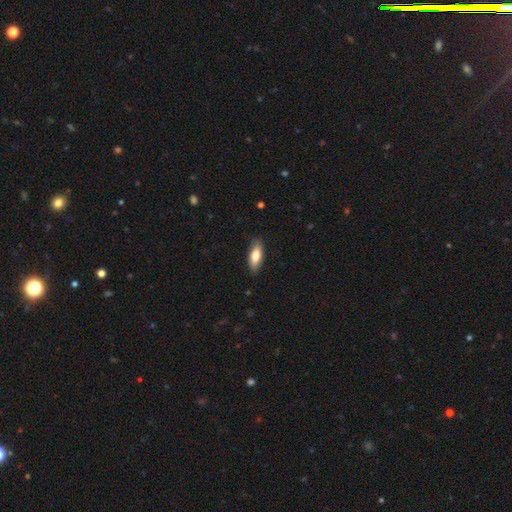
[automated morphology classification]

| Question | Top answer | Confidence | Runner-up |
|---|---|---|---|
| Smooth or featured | smooth | 75% | featured or disk (19%) |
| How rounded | in between | 68% | cigar-shaped (30%) |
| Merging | none | 85% | minor disturbance (12%) |